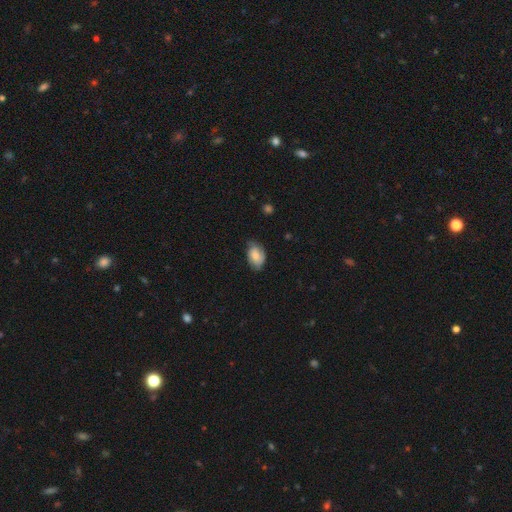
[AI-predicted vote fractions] Q: Smooth or featured?
A: smooth (66%); runner-up: featured or disk (26%)
Q: How rounded?
A: in between (87%); runner-up: round (12%)
Q: Merging?
A: none (58%); runner-up: minor disturbance (33%)